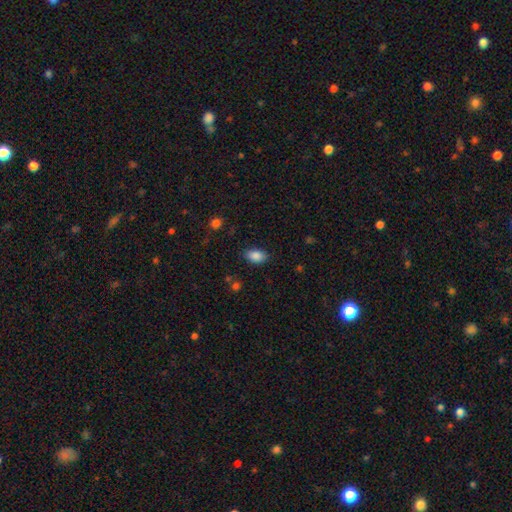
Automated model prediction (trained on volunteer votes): Smooth or featured?
  - smooth: 87% *
  - star or artifact: 8%
  - featured or disk: 4%
How rounded?
  - in between: 89% *
  - round: 10%
  - cigar-shaped: 2%
Merging?
  - none: 84% *
  - minor disturbance: 12%
  - major disturbance: 3%
  - merger: 1%